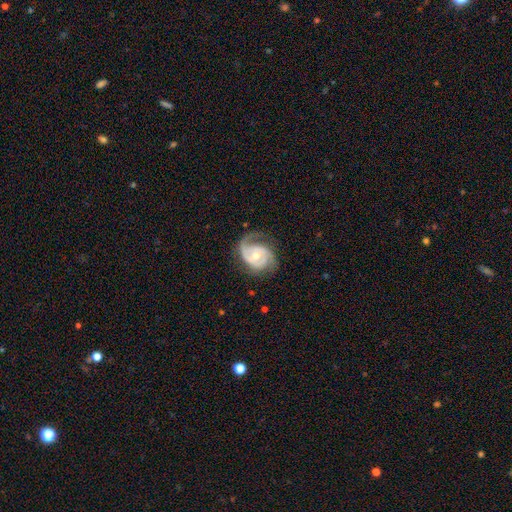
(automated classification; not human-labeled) A featured or disk galaxy (86%) with no bar (64%), 2 (60%) tight (43%) spiral arms (96%) and a moderate central bulge (61%).

Vote fractions:
- Smooth or featured? featured or disk: 86% / smooth: 9% / star or artifact: 5%
- Edge-on disk? no: 98% / yes: 2%
- Bar? no: 64% / weak: 29% / strong: 7%
- Spiral arms? yes: 96% / no: 4%
- Spiral winding? tight: 43% / medium: 42% / loose: 15%
- Spiral arm count? 2: 60% / 1: 18% / 3: 10% / can't tell: 9% / 4: 2% / more than 4: 2%
- Bulge size? moderate: 61% / small: 35% / large: 2% / none: 1% / dominant: 1%
- Merging? none: 58% / minor disturbance: 24% / major disturbance: 17% / merger: 2%